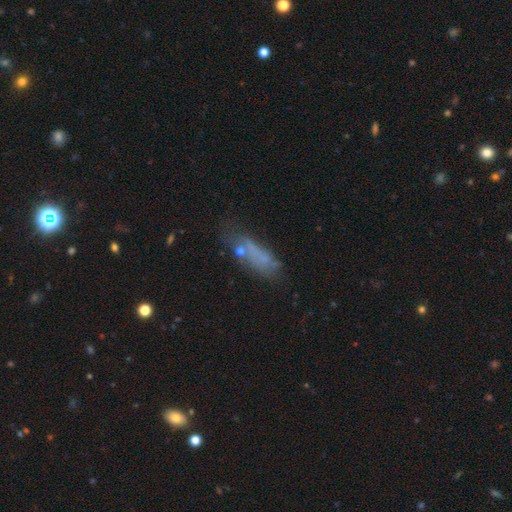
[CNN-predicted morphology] Smooth or featured: smooth — 53% (featured or disk — 27%)
How rounded: cigar-shaped — 49% (in between — 47%)
Merging: none — 48% (minor disturbance — 24%)